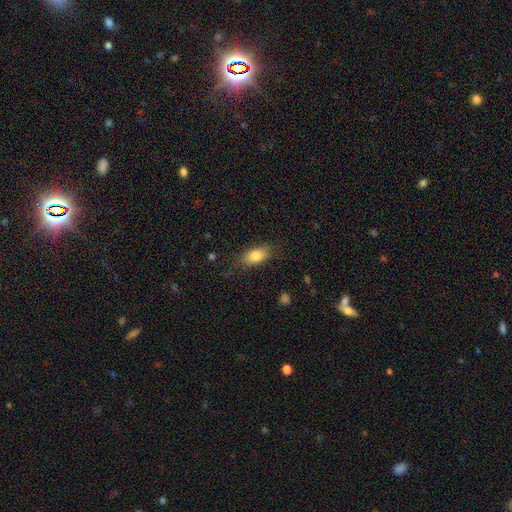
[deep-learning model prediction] A smooth galaxy with no disk features (81%) that is in between round and cigar-shaped (86%). Merging: none (79%).